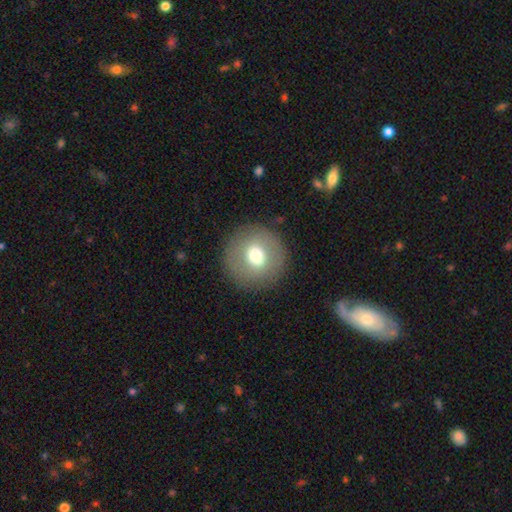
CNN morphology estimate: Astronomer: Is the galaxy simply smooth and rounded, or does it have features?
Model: smooth — 68%.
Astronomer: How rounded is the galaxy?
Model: round — 94%.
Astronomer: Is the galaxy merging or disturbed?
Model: none — 88%.